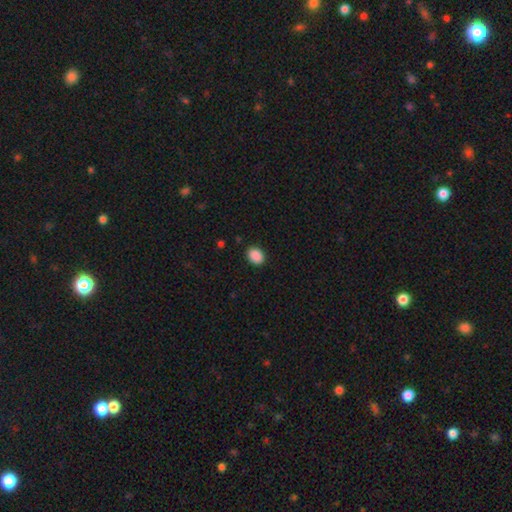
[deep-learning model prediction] This appears to be a smooth galaxy with no disk features (90%) that is in between round and cigar-shaped (61%). Merging: none (90%).